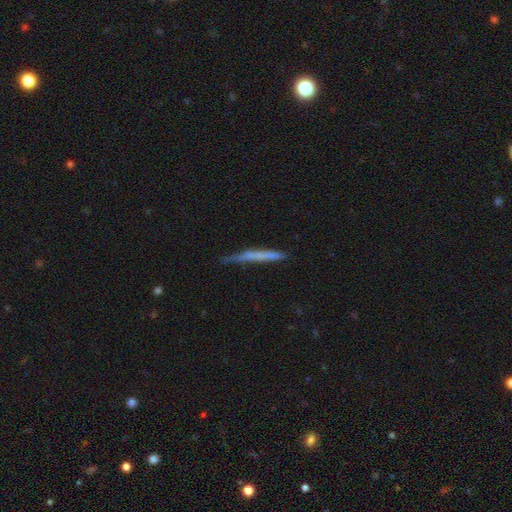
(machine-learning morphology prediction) Q: Smooth or featured?
A: smooth (56%); runner-up: featured or disk (37%)
Q: How rounded?
A: cigar-shaped (96%); runner-up: in between (3%)
Q: Merging?
A: none (68%); runner-up: minor disturbance (24%)